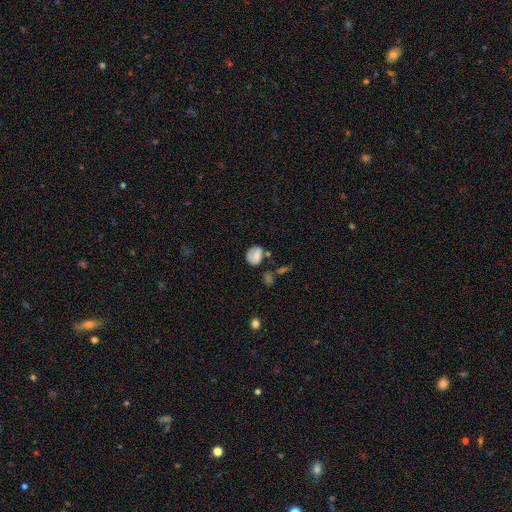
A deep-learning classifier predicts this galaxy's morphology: A smooth galaxy with no disk features (72%) that is in between round and cigar-shaped (50%).

Vote fractions:
- Smooth or featured? smooth: 72% / featured or disk: 18% / star or artifact: 10%
- How rounded? in between: 50% / round: 49% / cigar-shaped: 1%
- Merging? none: 54% / minor disturbance: 25% / major disturbance: 11% / merger: 9%